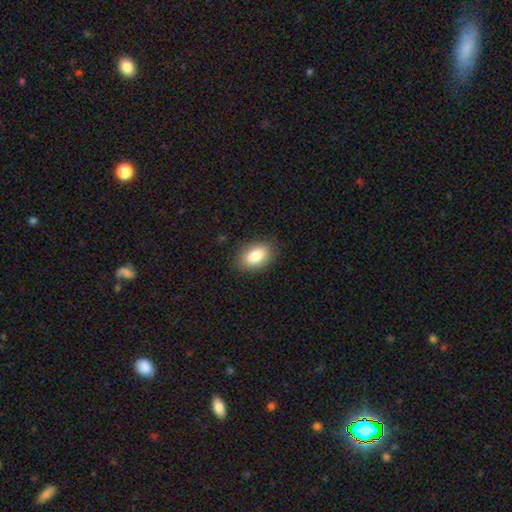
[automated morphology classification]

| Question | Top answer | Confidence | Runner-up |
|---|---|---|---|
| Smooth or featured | smooth | 82% | featured or disk (10%) |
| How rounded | in between | 87% | round (11%) |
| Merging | none | 86% | minor disturbance (10%) |